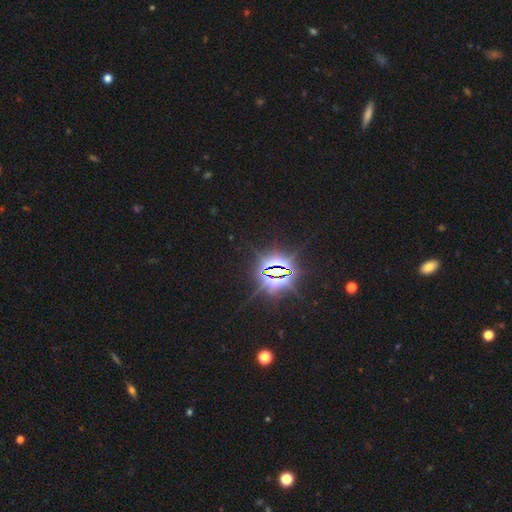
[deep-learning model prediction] star or artifact 84%, smooth 10%, featured or disk 6%.